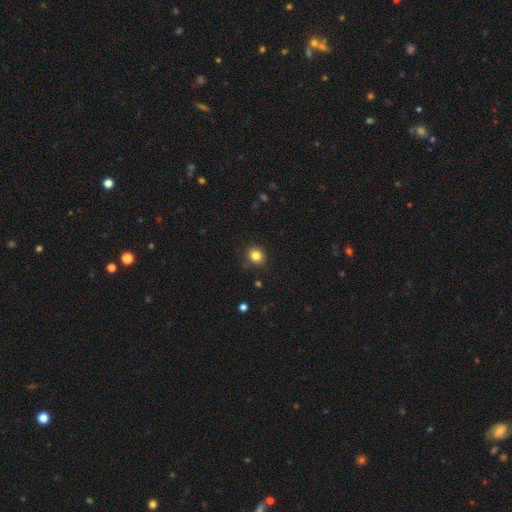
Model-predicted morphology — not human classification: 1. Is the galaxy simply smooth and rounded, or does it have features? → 83% smooth, 12% star or artifact, 5% featured or disk.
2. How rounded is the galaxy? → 83% round, 16% in between, 1% cigar-shaped.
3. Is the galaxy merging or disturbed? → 88% none, 9% minor disturbance, 2% major disturbance, 1% merger.